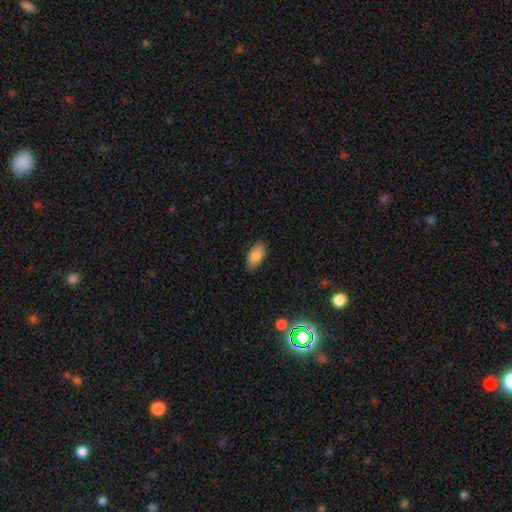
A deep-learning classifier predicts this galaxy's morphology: Overall: smooth (86%). How rounded: in between (91%). Merging: none (85%).